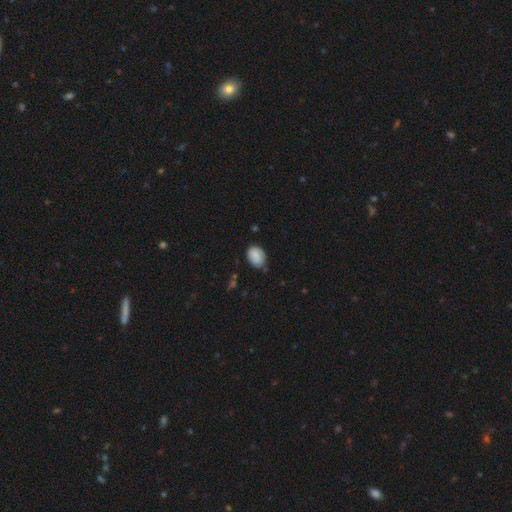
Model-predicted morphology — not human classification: smooth 78%, featured or disk 14%, star or artifact 8%. Down the decision tree: how rounded — in between (61%); merging — none (69%).